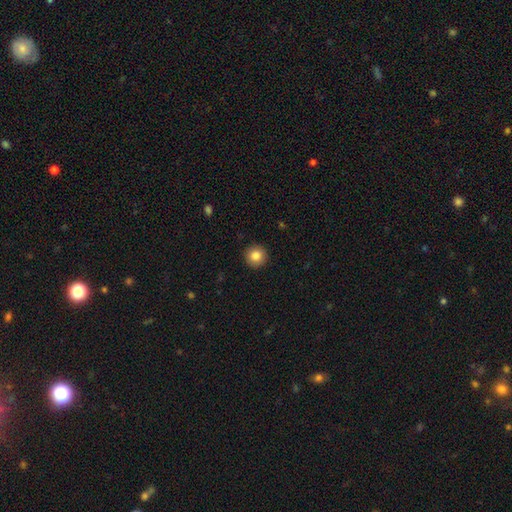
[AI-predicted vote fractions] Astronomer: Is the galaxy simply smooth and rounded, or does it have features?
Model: smooth — 84%.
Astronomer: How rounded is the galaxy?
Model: round — 95%.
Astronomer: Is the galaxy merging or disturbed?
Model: none — 93%.